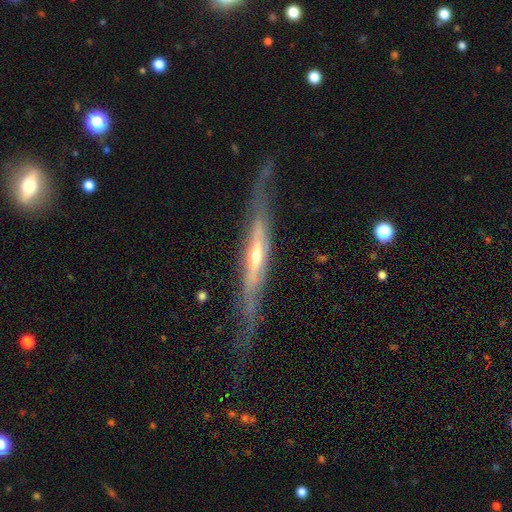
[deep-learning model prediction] A featured or disk galaxy (78%) viewed edge-on (84%) with a rounded central bulge (68%). Merging: none (66%).